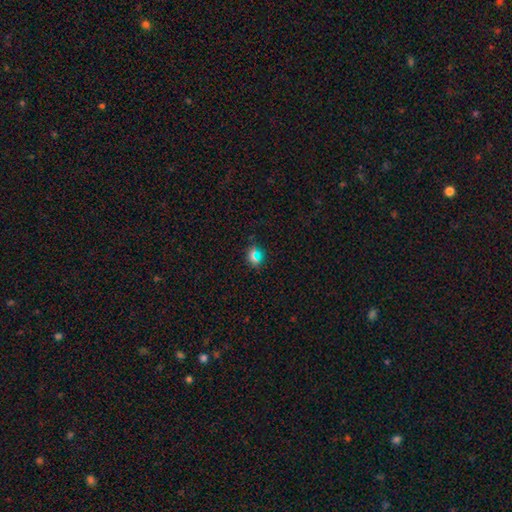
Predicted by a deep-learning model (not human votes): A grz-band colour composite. It shows a smooth galaxy with no disk features (58%) that is round (70%). Merging: none (82%).